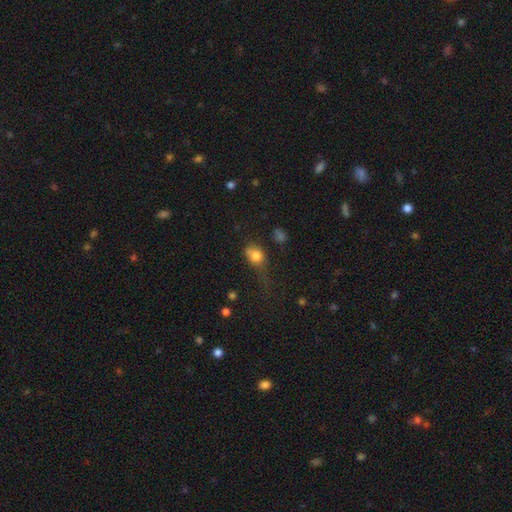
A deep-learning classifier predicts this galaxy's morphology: This appears to be a smooth galaxy with no disk features (78%) that is in between round and cigar-shaped (59%). Merging: major disturbance (32%).